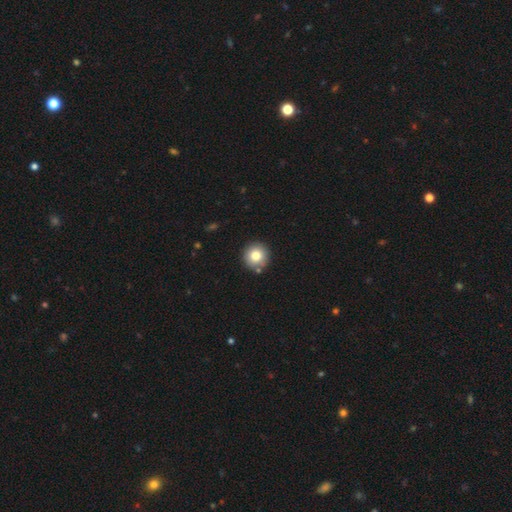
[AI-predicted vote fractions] Smooth or featured?
  - smooth: 80% *
  - star or artifact: 10%
  - featured or disk: 10%
How rounded?
  - round: 95% *
  - in between: 4%
  - cigar-shaped: 1%
Merging?
  - none: 85% *
  - minor disturbance: 8%
  - merger: 5%
  - major disturbance: 2%